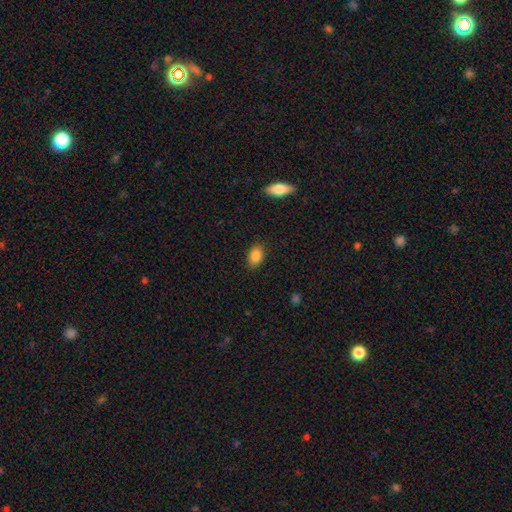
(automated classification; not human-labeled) Morphology: type=smooth (86%); roundness=in between (87%); merging=none (87%).